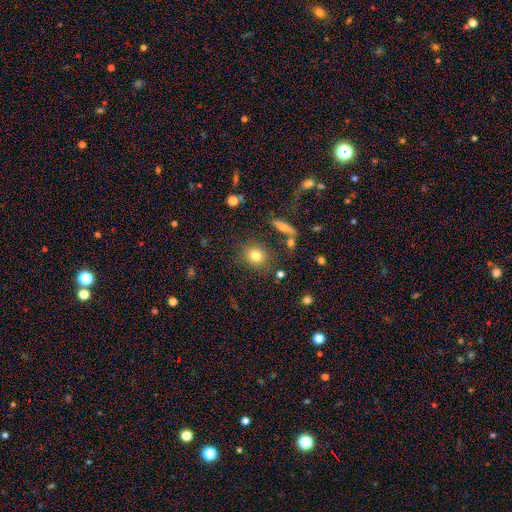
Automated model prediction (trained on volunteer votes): smooth 78%, star or artifact 13%, featured or disk 10%. Down the decision tree: how rounded — round (83%); merging — none (81%).